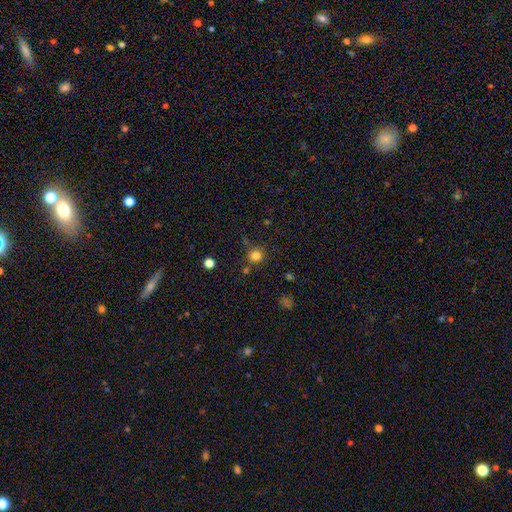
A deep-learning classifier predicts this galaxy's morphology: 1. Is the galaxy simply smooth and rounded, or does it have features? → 80% smooth, 15% star or artifact, 5% featured or disk.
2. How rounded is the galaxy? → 92% round, 7% in between, 1% cigar-shaped.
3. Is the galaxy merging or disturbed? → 77% none, 10% minor disturbance, 9% merger, 4% major disturbance.